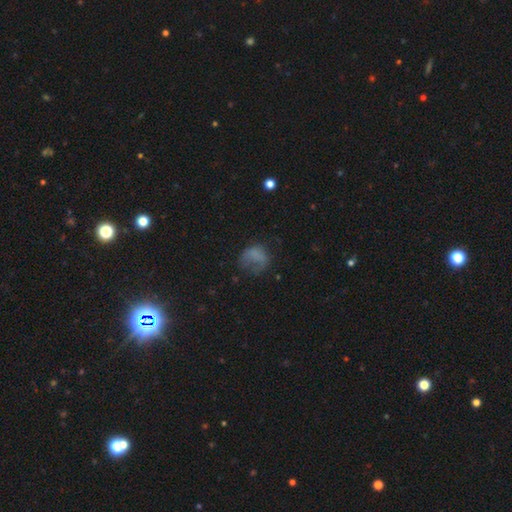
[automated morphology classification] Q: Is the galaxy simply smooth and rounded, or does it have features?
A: smooth — 64%.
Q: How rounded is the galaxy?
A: round — 54%.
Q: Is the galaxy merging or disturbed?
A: major disturbance — 37%.